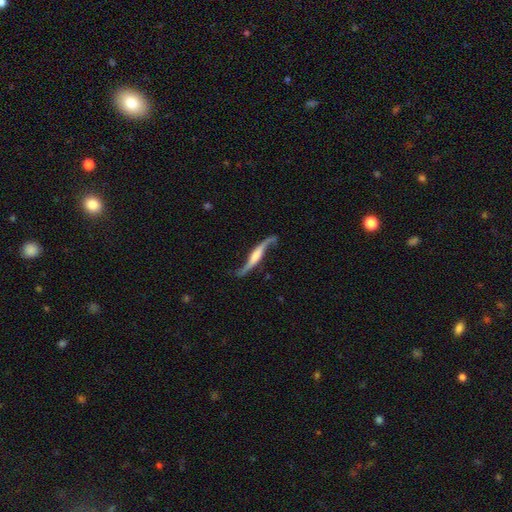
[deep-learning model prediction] A featured or disk galaxy (82%). Merging: none (67%).